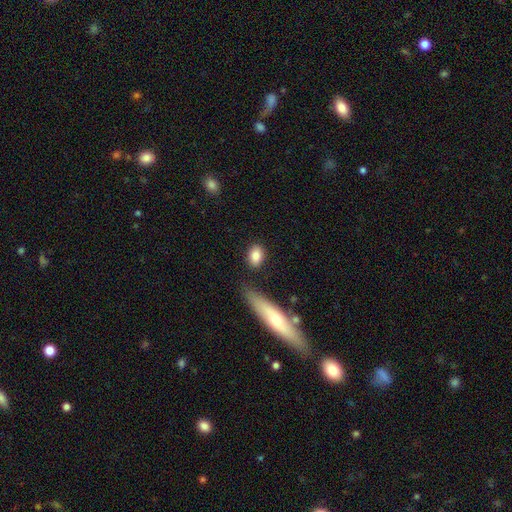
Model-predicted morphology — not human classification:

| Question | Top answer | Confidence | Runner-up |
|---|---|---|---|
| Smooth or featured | smooth | 85% | featured or disk (8%) |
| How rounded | in between | 74% | round (23%) |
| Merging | none | 83% | minor disturbance (10%) |